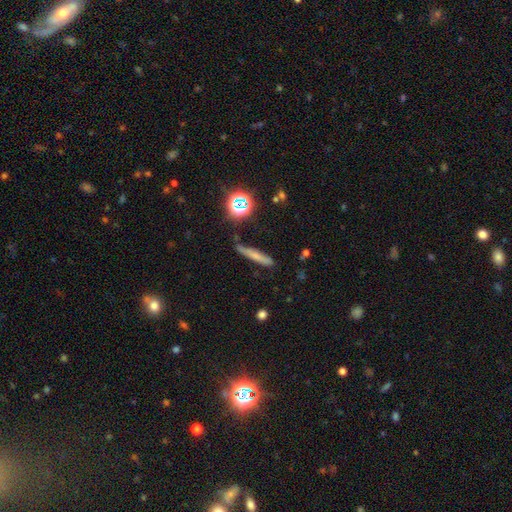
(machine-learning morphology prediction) Smooth or featured? Predicted: smooth (p=0.59). How rounded? Predicted: cigar-shaped (p=0.87). Merging? Predicted: none (p=0.74).